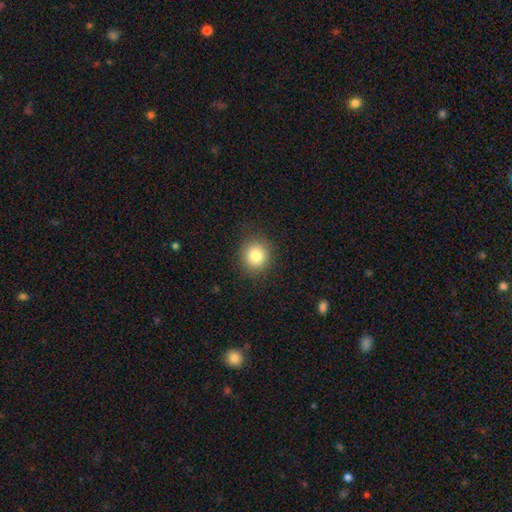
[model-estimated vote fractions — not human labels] Smooth or featured? smooth (82%)
How rounded? round (88%)
Merging? none (89%)